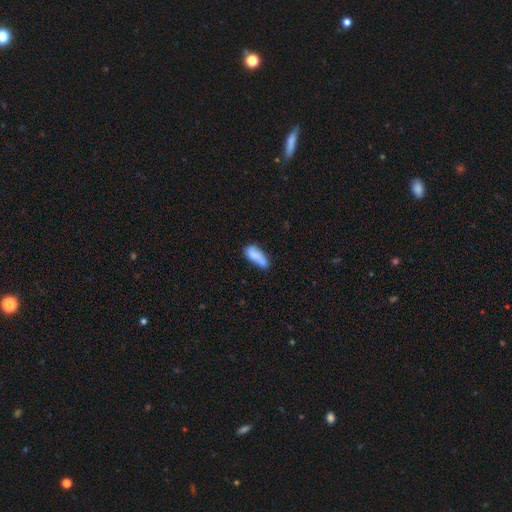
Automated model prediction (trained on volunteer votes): Overall: smooth (76%). How rounded: in between (73%). Merging: none (41%; minor disturbance 27%).